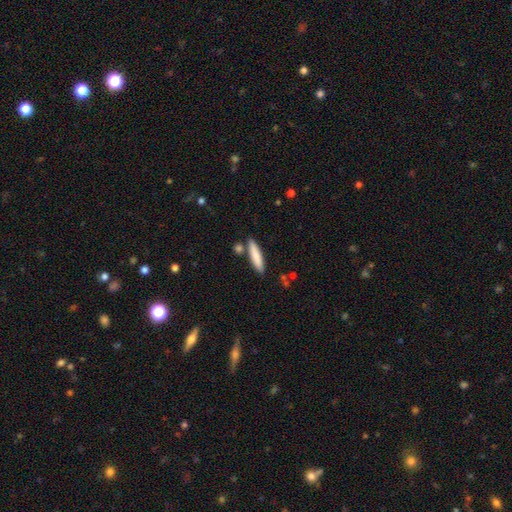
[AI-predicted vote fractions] smooth 82%, featured or disk 13%, star or artifact 6%. Down the decision tree: how rounded — cigar-shaped (83%); merging — none (82%).